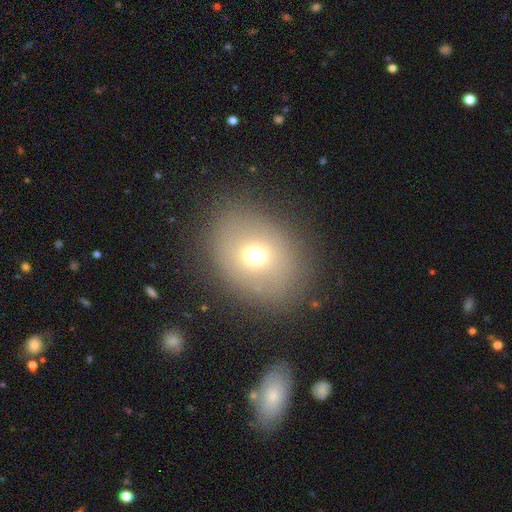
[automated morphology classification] Smooth or featured: smooth — 67% (featured or disk — 17%)
How rounded: in between — 53% (round — 45%)
Merging: none — 83% (minor disturbance — 10%)